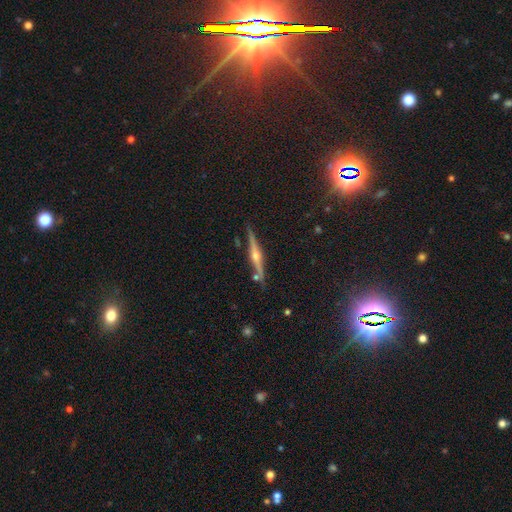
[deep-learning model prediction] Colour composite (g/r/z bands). It shows a featured or disk galaxy (79%) viewed edge-on (98%) with a rounded central bulge (91%). Merging: none (87%).